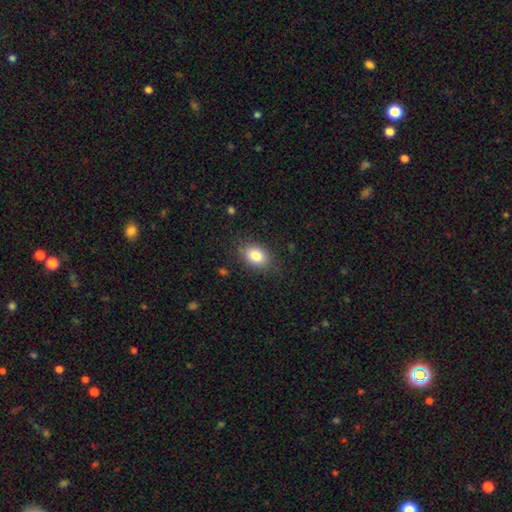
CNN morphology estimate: This is clearly a smooth galaxy (83%). How rounded: likely in between (75%). Merging: clearly none (82%).